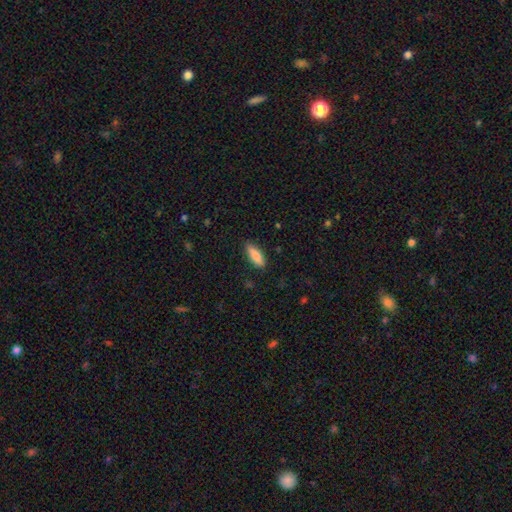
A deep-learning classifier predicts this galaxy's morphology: Overall: smooth (81%). How rounded: in between (63%; cigar-shaped 35%). Merging: none (86%).